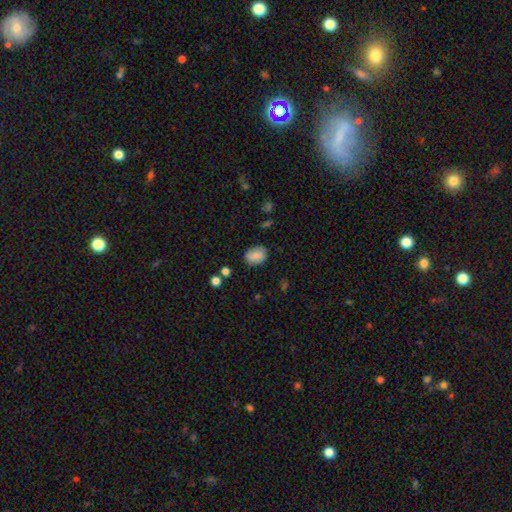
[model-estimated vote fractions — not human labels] Smooth or featured? Predicted: smooth (p=0.82). How rounded? Predicted: in between (p=0.75). Merging? Predicted: none (p=0.79).